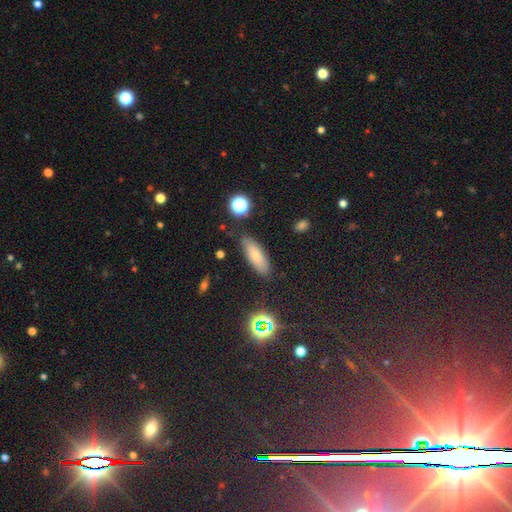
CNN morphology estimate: Smooth or featured? smooth (72%)
How rounded? in between (63%)
Merging? none (82%)